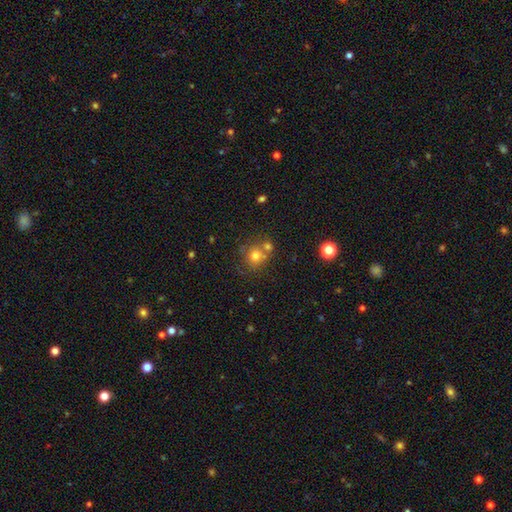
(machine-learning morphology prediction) smooth 71%, star or artifact 15%, featured or disk 14%. Down the decision tree: how rounded — round (84%); merging — none (54%).